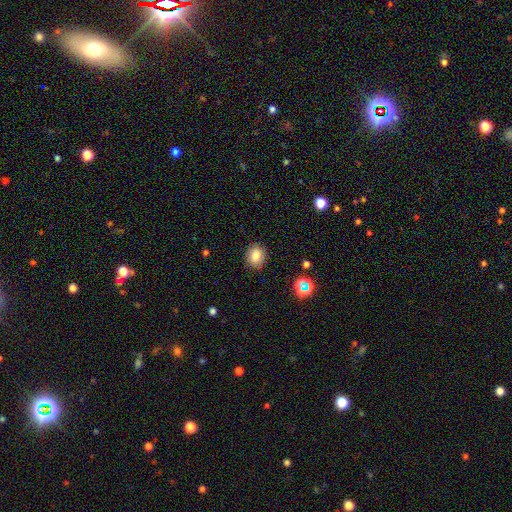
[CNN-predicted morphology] smooth 81%, star or artifact 12%, featured or disk 7%. Down the decision tree: how rounded — round (61%); merging — none (87%).